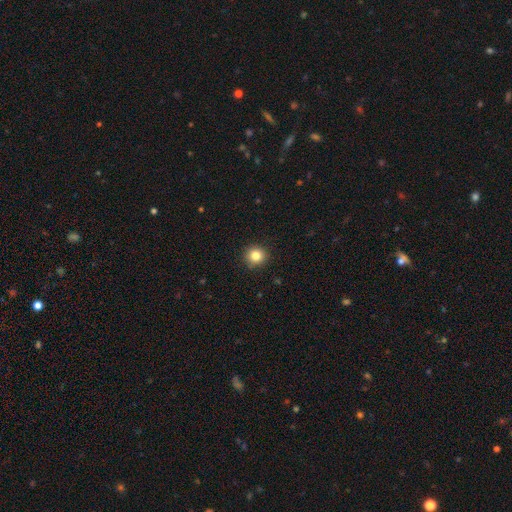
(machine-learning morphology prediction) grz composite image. It shows a smooth galaxy with no disk features (83%) that is round (91%). Merging: none (91%).